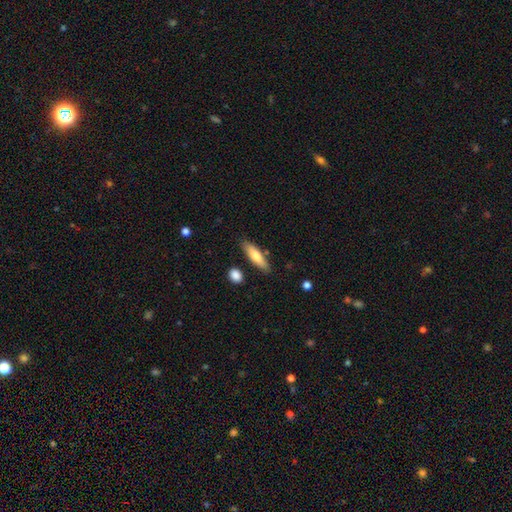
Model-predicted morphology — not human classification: Overall: smooth (70%). How rounded: cigar-shaped (64%; in between 34%). Merging: none (82%).